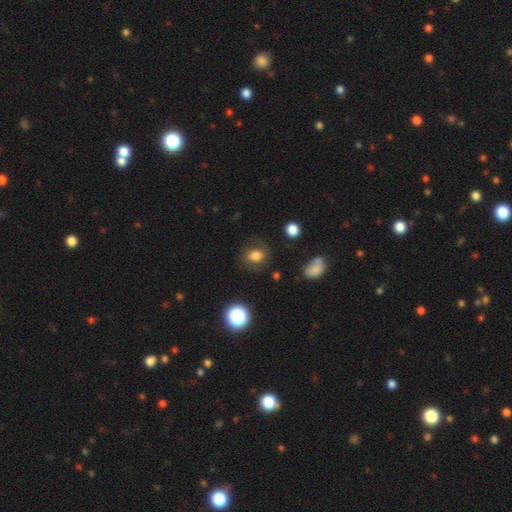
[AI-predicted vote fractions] Overall: smooth (71%). How rounded: round (55%; in between 44%). Merging: none (74%).